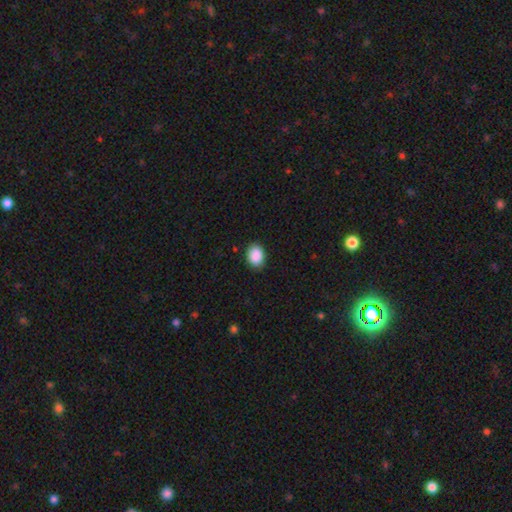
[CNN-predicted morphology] smooth_or_featured: smooth (p=0.90) [alt: star or artifact p=0.07]
how_rounded: in between (p=0.66) [alt: round p=0.33]
merging: none (p=0.88) [alt: minor disturbance p=0.09]